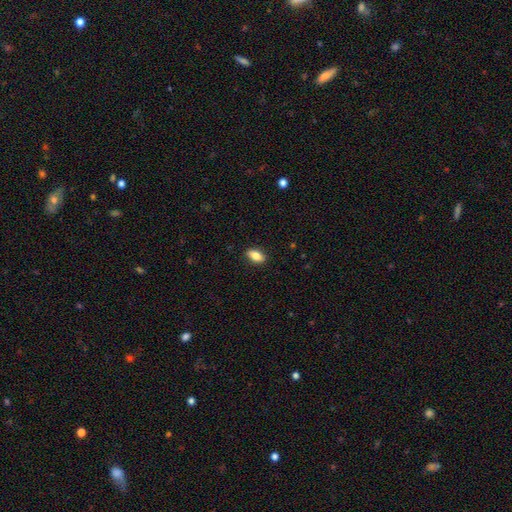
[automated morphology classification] This is clearly a smooth galaxy (82%). How rounded: clearly in between (88%). Merging: clearly none (89%).